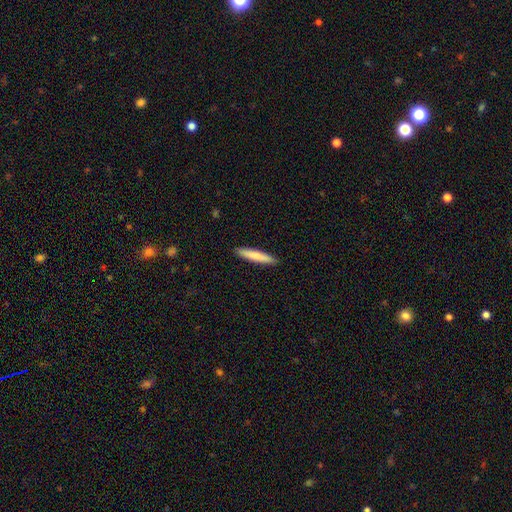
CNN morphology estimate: type=smooth (78%); roundness=cigar-shaped (93%); merging=none (92%).